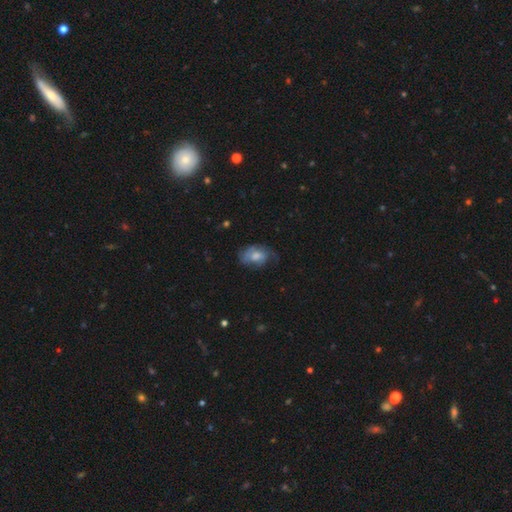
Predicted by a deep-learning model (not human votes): featured or disk 47%, smooth 45%, star or artifact 8%. Down the decision tree: merging — none (49%).